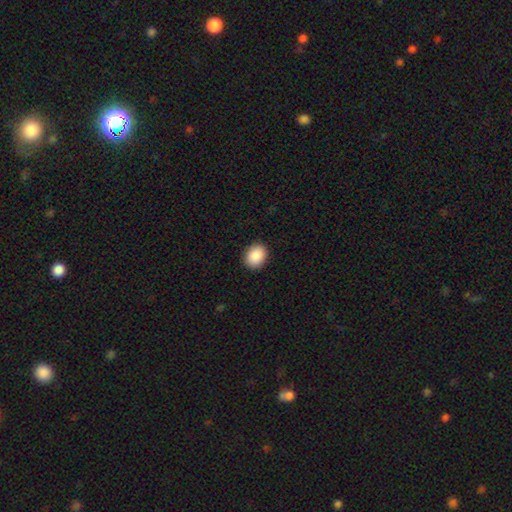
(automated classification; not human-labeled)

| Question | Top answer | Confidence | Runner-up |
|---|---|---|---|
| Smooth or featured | smooth | 90% | star or artifact (7%) |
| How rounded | in between | 56% | round (44%) |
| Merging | none | 90% | minor disturbance (7%) |